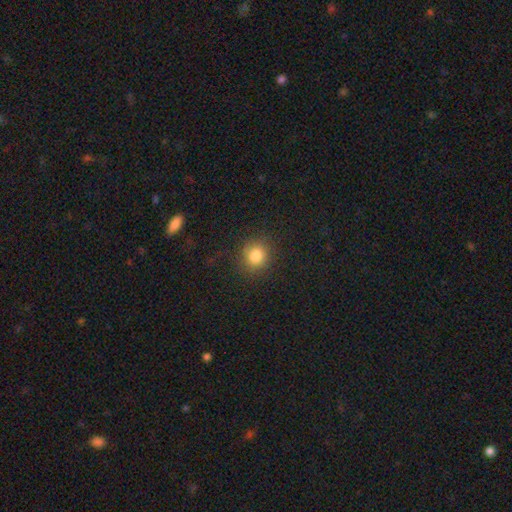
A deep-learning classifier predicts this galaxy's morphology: A smooth galaxy with no disk features (82%) that is round (85%).

Vote fractions:
- Smooth or featured? smooth: 82% / star or artifact: 12% / featured or disk: 6%
- How rounded? round: 85% / in between: 14% / cigar-shaped: 1%
- Merging? none: 82% / minor disturbance: 11% / major disturbance: 5% / merger: 1%